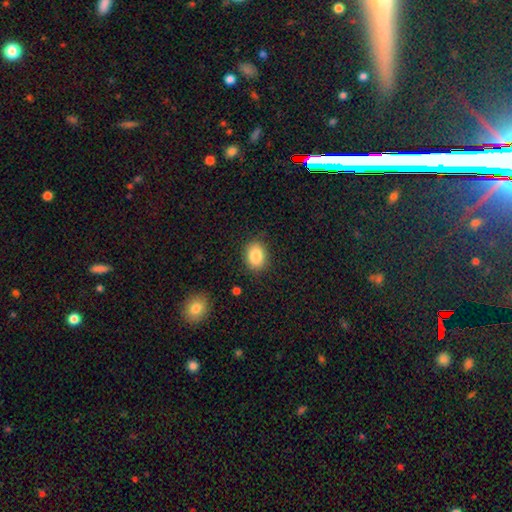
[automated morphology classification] Overall: smooth (86%). How rounded: in between (65%; round 34%). Merging: none (86%).